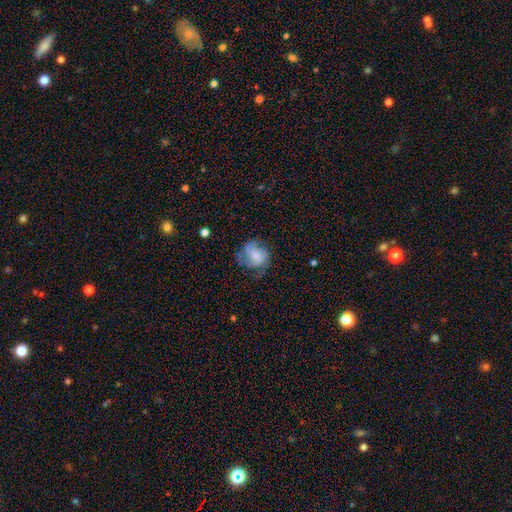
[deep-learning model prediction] Overall: smooth (53%; featured or disk 38%). How rounded: round (69%; in between 30%). Merging: none (48%; minor disturbance 29%).